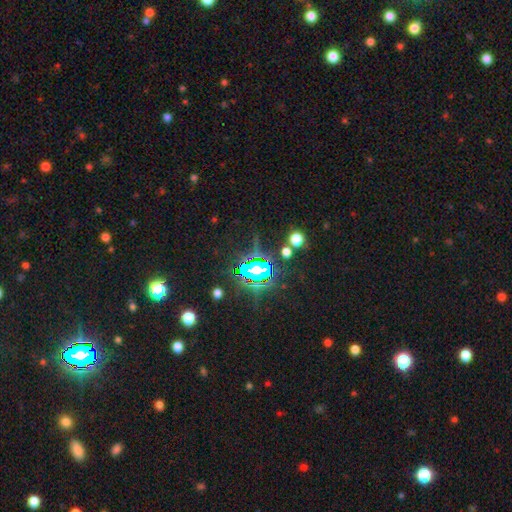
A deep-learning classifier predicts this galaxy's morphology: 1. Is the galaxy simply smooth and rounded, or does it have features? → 82% star or artifact, 11% smooth, 7% featured or disk.